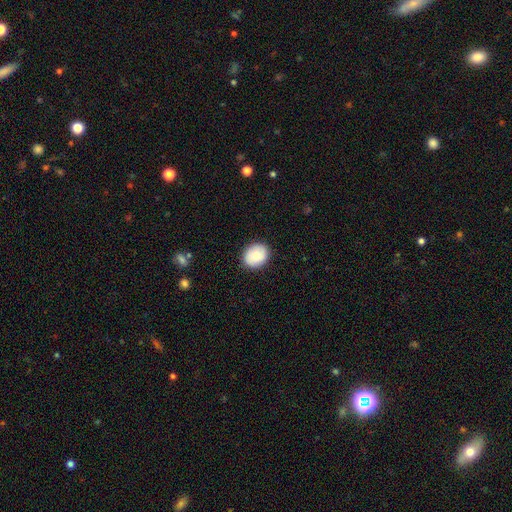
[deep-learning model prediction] Overall: smooth (85%). How rounded: round (59%; in between 40%). Merging: none (88%).